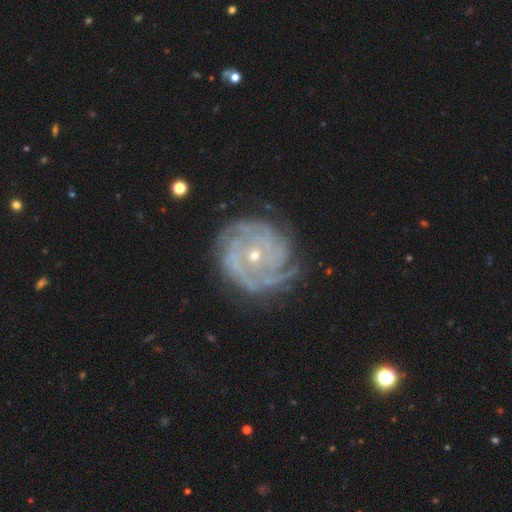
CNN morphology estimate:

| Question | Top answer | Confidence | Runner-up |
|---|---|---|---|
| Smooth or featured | featured or disk | 87% | star or artifact (7%) |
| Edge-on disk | no | 97% | yes (3%) |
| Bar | no | 72% | weak (20%) |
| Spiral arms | yes | 97% | no (3%) |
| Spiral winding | tight | 77% | medium (20%) |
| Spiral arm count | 3 | 22% | tied: 4 (22%), can't tell (22%) |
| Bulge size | small | 71% | moderate (26%) |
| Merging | none | 76% | minor disturbance (16%) |